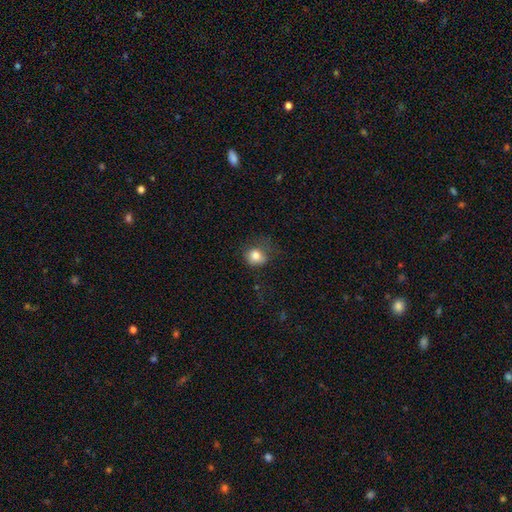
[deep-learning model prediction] The model was most divided on "merging": none: 54%, minor disturbance: 28%, major disturbance: 16%, merger: 2%. More confident: smooth or featured — smooth (81%); how rounded — round (70%).